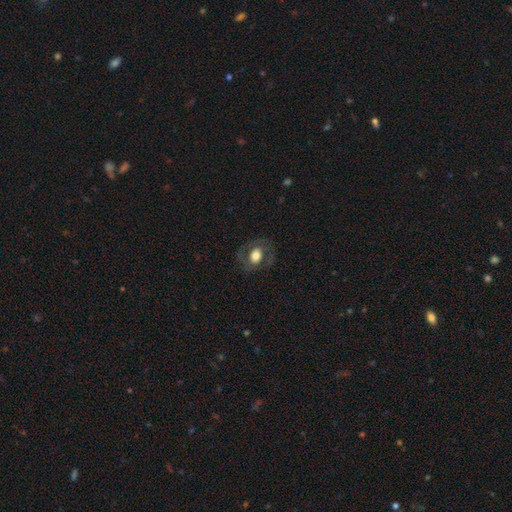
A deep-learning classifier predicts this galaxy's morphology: smooth_or_featured: smooth (p=0.47) [alt: featured or disk p=0.45]
merging: none (p=0.72) [alt: minor disturbance p=0.16]